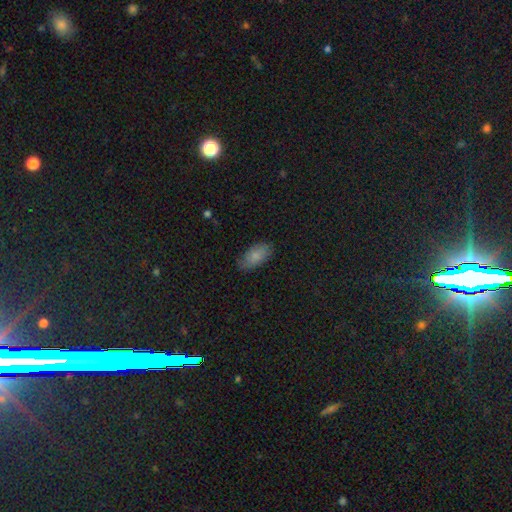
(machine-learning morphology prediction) This is clearly a smooth galaxy (83%). How rounded: clearly in between (92%). Merging: likely none (77%).